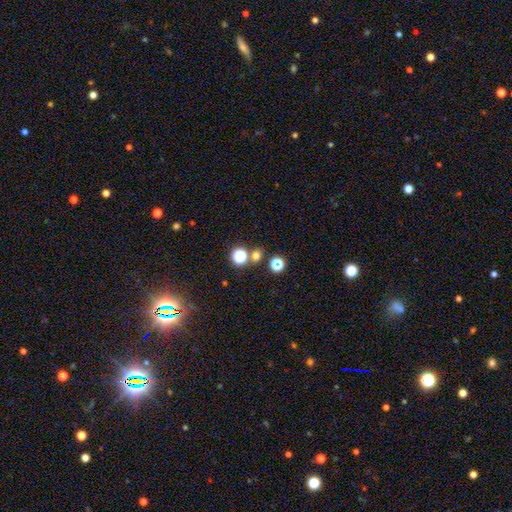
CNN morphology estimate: Smooth or featured: smooth — 56% (star or artifact — 36%)
How rounded: round — 81% (in between — 17%)
Merging: none — 71% (merger — 18%)